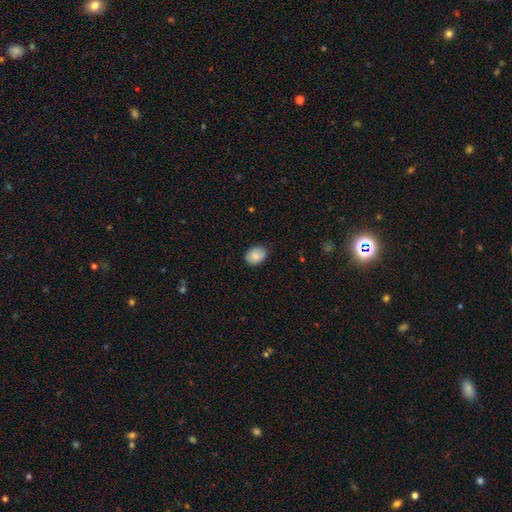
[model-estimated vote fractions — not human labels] Smooth or featured? smooth (84%)
How rounded? in between (62%)
Merging? none (84%)